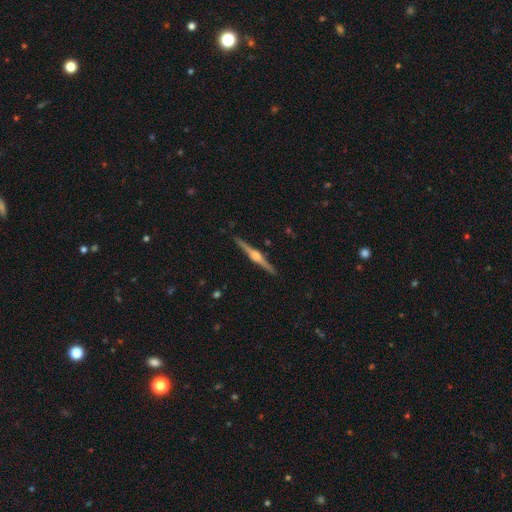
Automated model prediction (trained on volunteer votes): Smooth or featured: featured or disk — 85% (smooth — 10%)
Edge-on disk: yes — 99% (no — 1%)
Edge-on bulge: rounded — 92% (boxy — 6%)
Merging: none — 92% (minor disturbance — 6%)